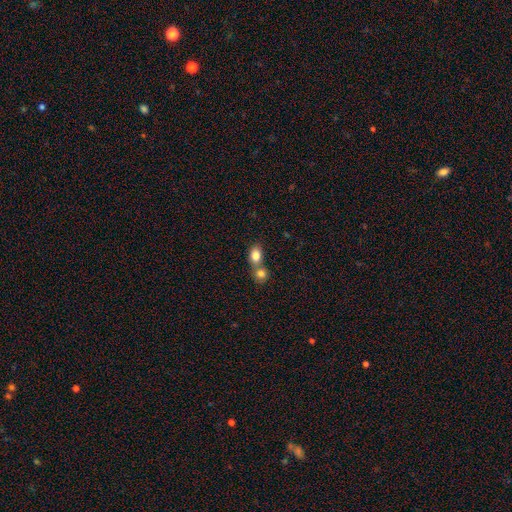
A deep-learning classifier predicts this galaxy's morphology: The model was most divided on "merging": merger: 56%, none: 34%, minor disturbance: 7%, major disturbance: 3%. More confident: smooth or featured — smooth (82%); how rounded — in between (64%).